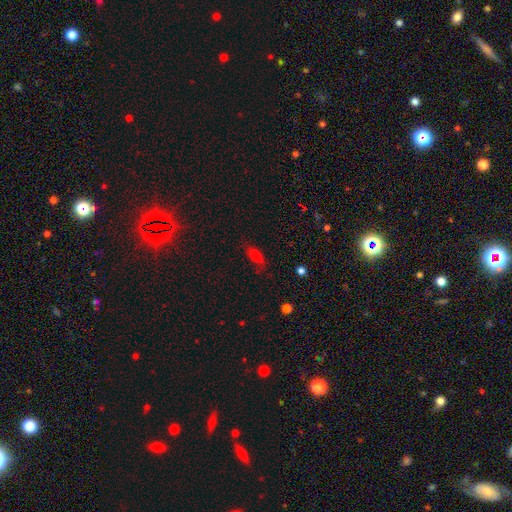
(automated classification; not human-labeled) smooth-or-featured: smooth: 71% | star or artifact: 18% | featured or disk: 12%
  how-rounded: in between: 80% | cigar-shaped: 16% | round: 5%
  merging: none: 65% | minor disturbance: 25% | major disturbance: 8% | merger: 2%